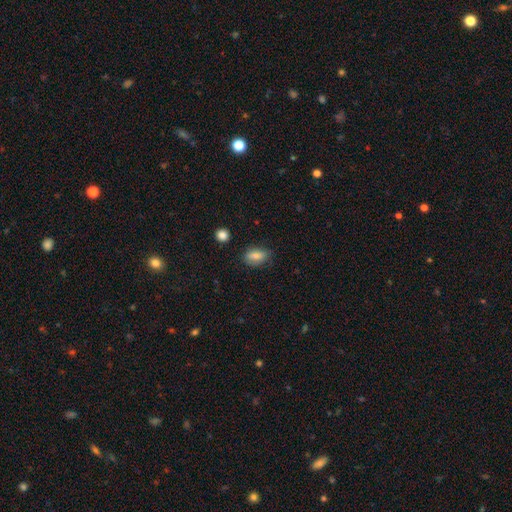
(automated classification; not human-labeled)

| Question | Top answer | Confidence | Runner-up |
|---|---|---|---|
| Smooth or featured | smooth | 79% | featured or disk (13%) |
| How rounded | in between | 83% | round (11%) |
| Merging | none | 75% | minor disturbance (19%) |